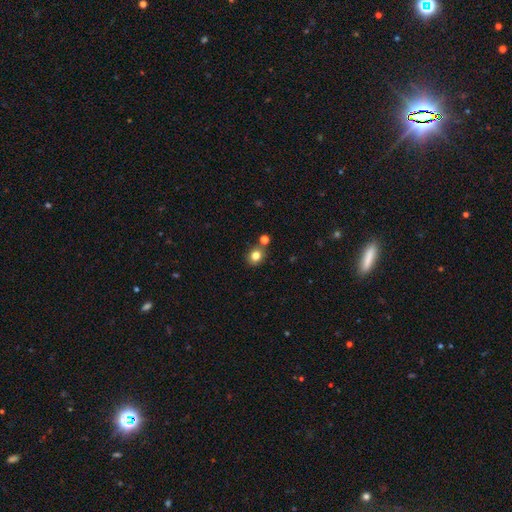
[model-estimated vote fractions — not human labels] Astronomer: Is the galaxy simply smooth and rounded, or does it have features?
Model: smooth — 80%.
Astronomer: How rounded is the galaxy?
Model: round — 70%.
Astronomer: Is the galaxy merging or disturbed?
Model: none — 75%.